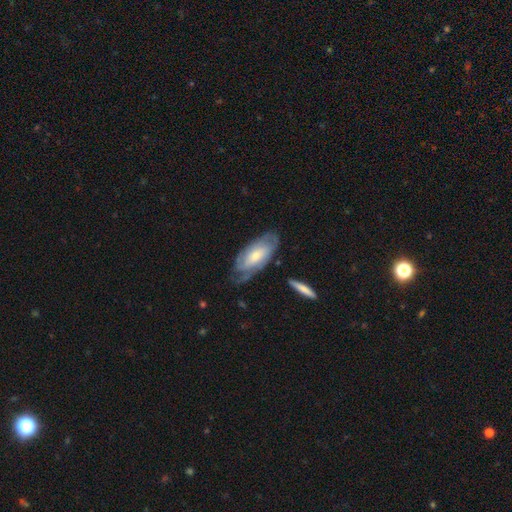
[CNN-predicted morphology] smooth_or_featured: featured or disk (p=0.62) [alt: smooth p=0.32]
disk_edge_on: no (p=0.89) [alt: yes p=0.11]
bar: no (p=0.63) [alt: weak p=0.30]
has_spiral_arms: yes (p=0.84) [alt: no p=0.16]
bulge_size: moderate (p=0.44) [alt: small p=0.43]
merging: none (p=0.63) [alt: minor disturbance p=0.24]